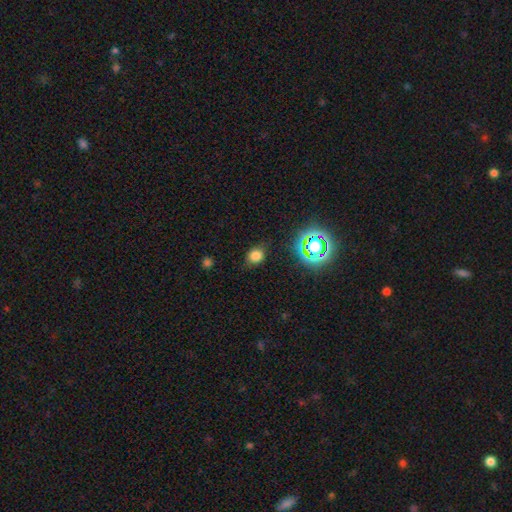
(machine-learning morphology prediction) Q: Smooth or featured?
A: smooth (74%); runner-up: star or artifact (20%)
Q: How rounded?
A: round (55%); runner-up: in between (44%)
Q: Merging?
A: none (78%); runner-up: minor disturbance (16%)